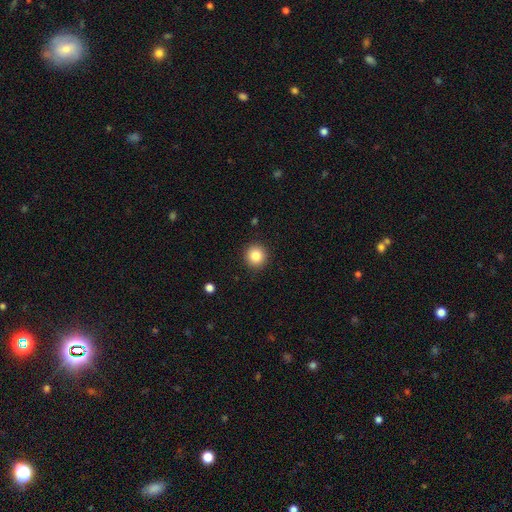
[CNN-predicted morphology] smooth_or_featured: smooth (p=0.84) [alt: star or artifact p=0.09]
how_rounded: round (p=0.93) [alt: in between p=0.07]
merging: none (p=0.91) [alt: minor disturbance p=0.06]